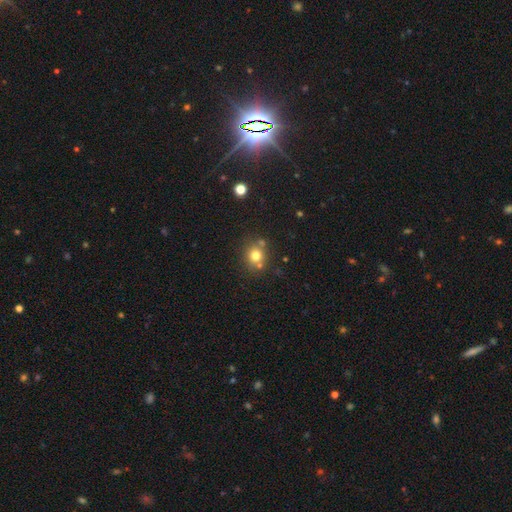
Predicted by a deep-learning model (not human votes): Smooth or featured? Predicted: smooth (p=0.75). How rounded? Predicted: round (p=0.85). Merging? Predicted: none (p=0.68).